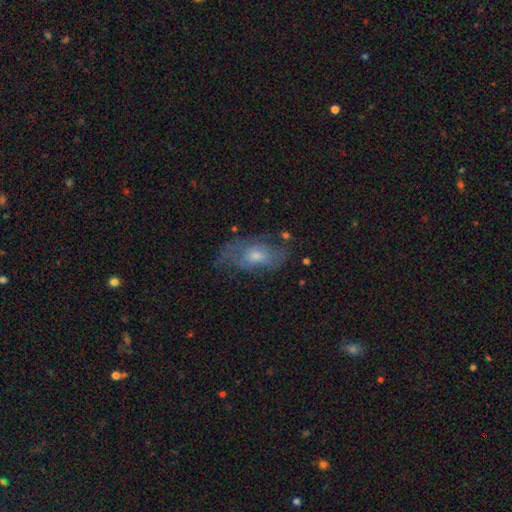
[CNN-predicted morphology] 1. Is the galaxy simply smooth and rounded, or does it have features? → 50% featured or disk, 41% smooth, 10% star or artifact.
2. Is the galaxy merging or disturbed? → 54% none, 25% minor disturbance, 18% major disturbance, 3% merger.